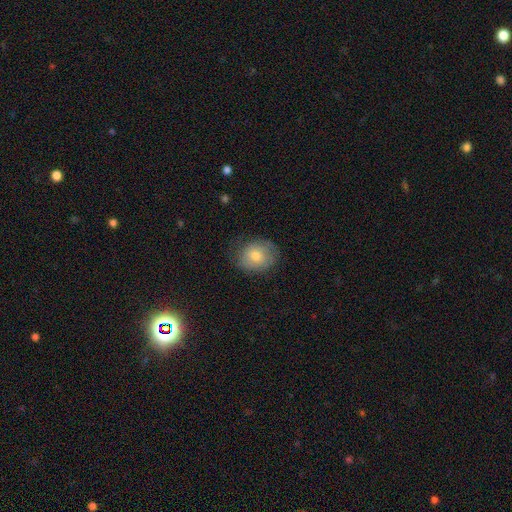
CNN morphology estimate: A smooth galaxy with no disk features (67%) that is round (59%). Merging: none (73%).